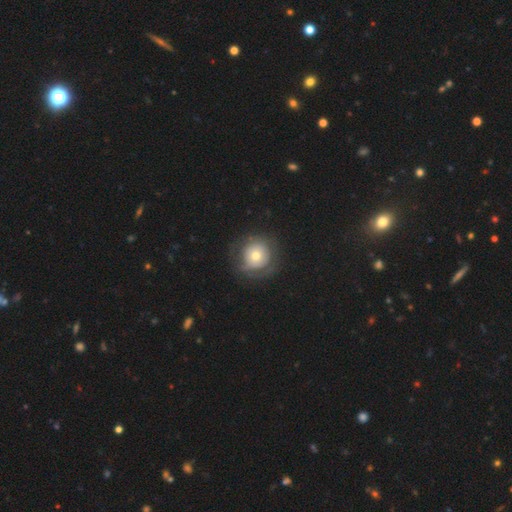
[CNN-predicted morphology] This appears to be a smooth galaxy with no disk features (56%) that is round (92%). Merging: none (66%).